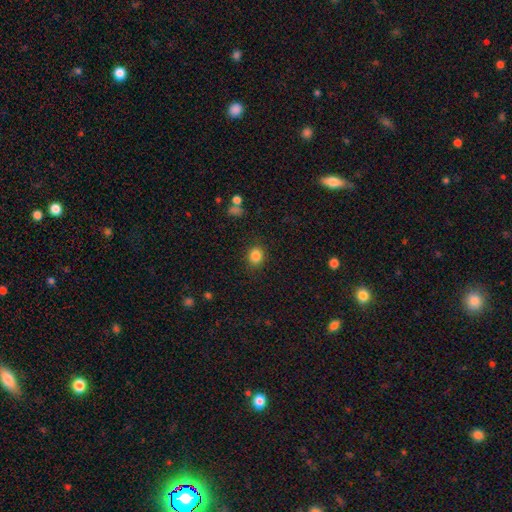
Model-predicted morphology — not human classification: Smooth or featured? smooth (85%)
How rounded? round (70%)
Merging? none (88%)